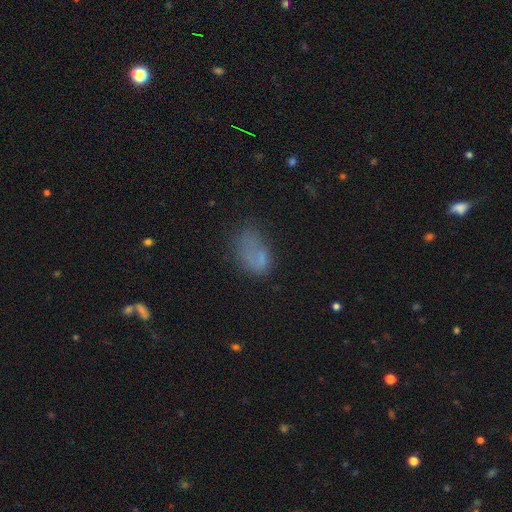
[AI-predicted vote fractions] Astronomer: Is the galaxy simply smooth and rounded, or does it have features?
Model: smooth — 62%.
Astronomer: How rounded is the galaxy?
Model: in between — 88%.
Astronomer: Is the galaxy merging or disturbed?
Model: none — 37% (runner-up: major disturbance, 29%).